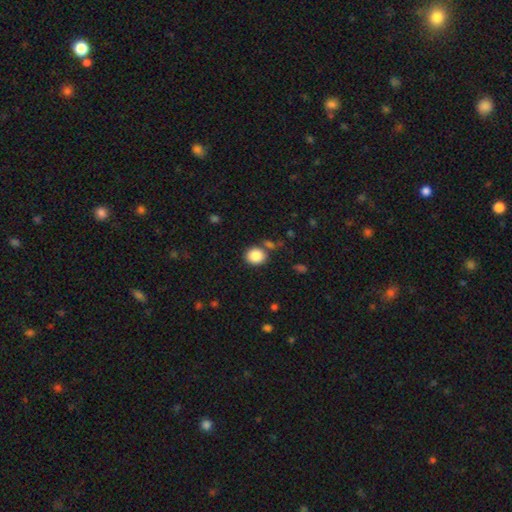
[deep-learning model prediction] Q: Smooth or featured?
A: smooth (86%); runner-up: star or artifact (9%)
Q: How rounded?
A: round (71%); runner-up: in between (28%)
Q: Merging?
A: none (78%); runner-up: minor disturbance (10%)